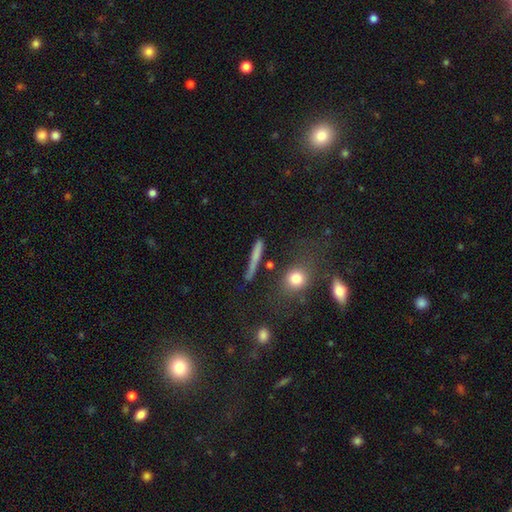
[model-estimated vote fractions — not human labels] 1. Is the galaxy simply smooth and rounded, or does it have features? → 65% smooth, 24% featured or disk, 11% star or artifact.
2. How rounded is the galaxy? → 86% cigar-shaped, 7% in between, 7% round.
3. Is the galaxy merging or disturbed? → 76% none, 14% minor disturbance, 5% major disturbance, 5% merger.